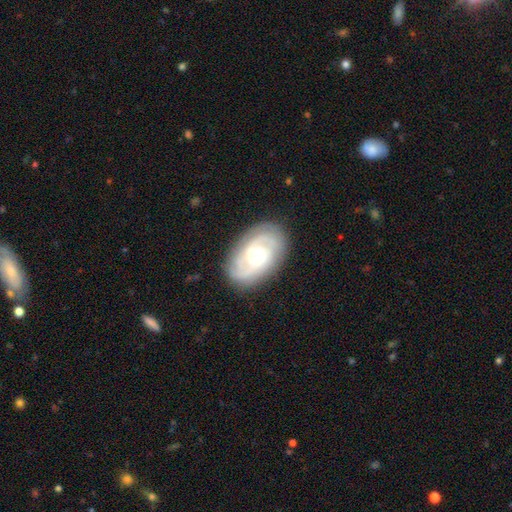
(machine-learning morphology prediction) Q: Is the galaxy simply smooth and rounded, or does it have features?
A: featured or disk — 79%.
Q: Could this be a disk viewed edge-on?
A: no — 96%.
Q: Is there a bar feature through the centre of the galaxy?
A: no — 48%.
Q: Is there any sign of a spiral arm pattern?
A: yes — 93%.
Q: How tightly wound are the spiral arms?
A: tight — 55%.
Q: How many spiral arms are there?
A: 2 — 40%.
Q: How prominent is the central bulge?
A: moderate — 66%.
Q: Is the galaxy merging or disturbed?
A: none — 83%.